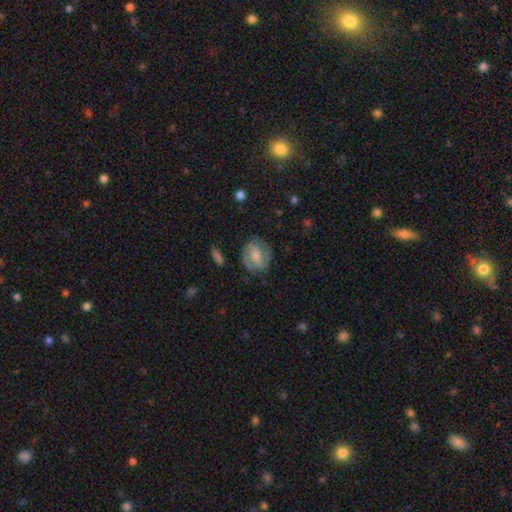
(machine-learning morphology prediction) type=featured or disk (55%); edge-on=no (96%); bar=weak (41%); spiral arms=yes (74%); bulge=small (43%); merging=none (72%).